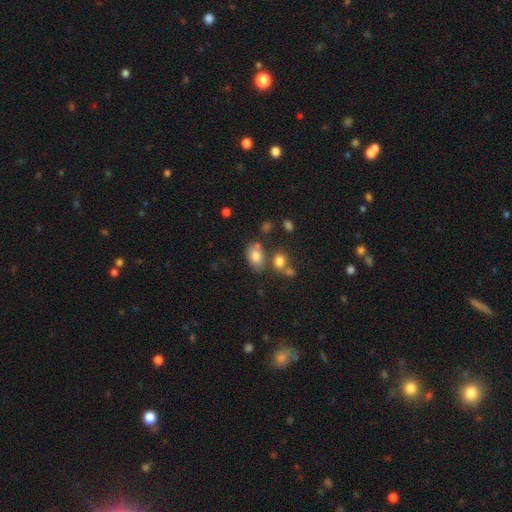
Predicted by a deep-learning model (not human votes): Q: Smooth or featured?
A: smooth (78%); runner-up: featured or disk (12%)
Q: How rounded?
A: in between (82%); runner-up: round (17%)
Q: Merging?
A: none (60%); runner-up: merger (17%)